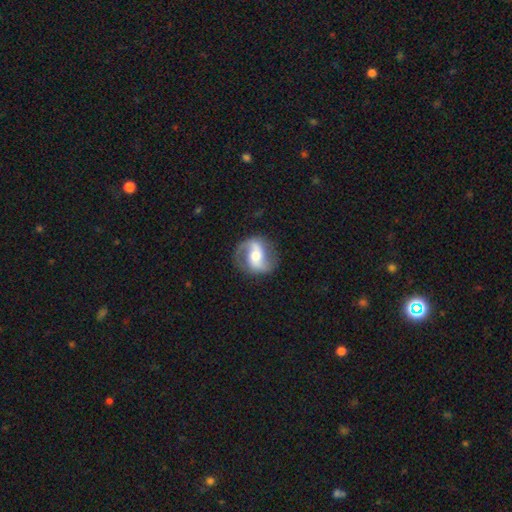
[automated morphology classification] Smooth or featured?
  - featured or disk: 82% *
  - smooth: 12%
  - star or artifact: 5%
Edge-on disk?
  - no: 97% *
  - yes: 3%
Bar?
  - weak: 38% *
  - no: 33%
  - strong: 29%
Spiral arms?
  - yes: 94% *
  - no: 6%
Spiral winding?
  - medium: 43% * (tied)
  - loose: 43% * (tied)
  - tight: 13%
Spiral arm count?
  - 2: 88% *
  - 1: 6%
  - can't tell: 3%
  - 3: 1%
  - 4: 1%
  - more than 4: 1%
Bulge size?
  - moderate: 65% *
  - small: 22%
  - large: 10%
  - none: 2%
  - dominant: 1%
Merging?
  - none: 79% *
  - minor disturbance: 13%
  - major disturbance: 6%
  - merger: 1%